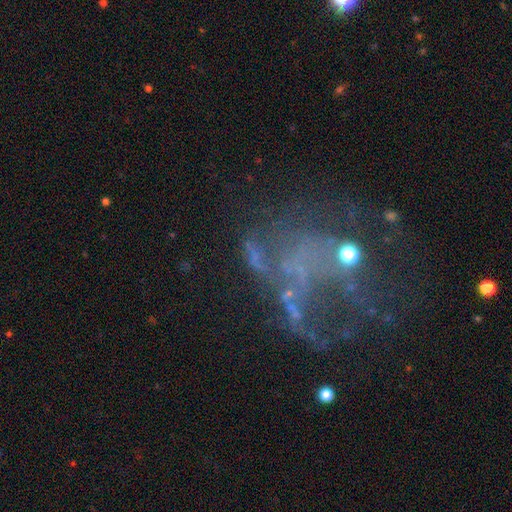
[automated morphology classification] This appears to be a featured or disk galaxy (48%). Merging: none (37%).